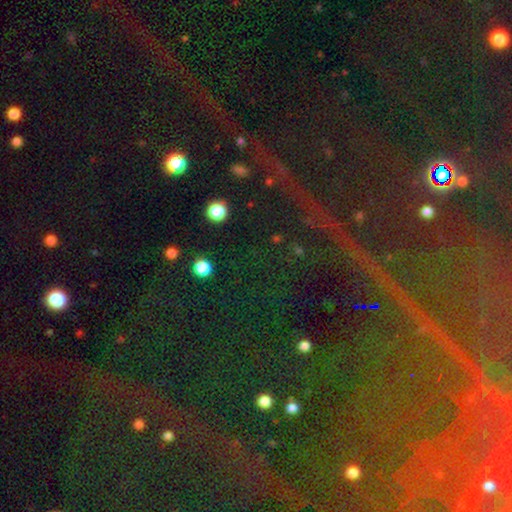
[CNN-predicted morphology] Smooth or featured? star or artifact (83%)